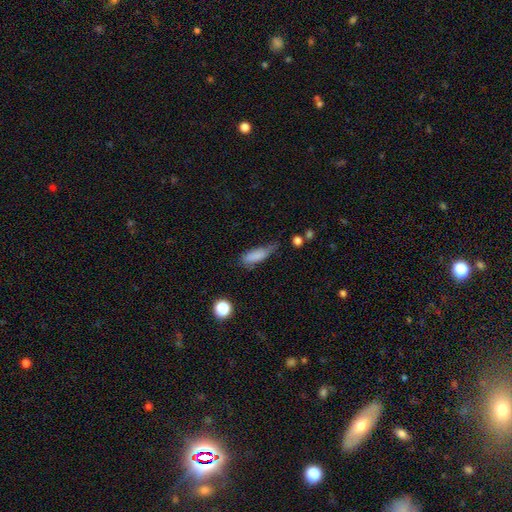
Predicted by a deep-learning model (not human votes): smooth_or_featured: smooth (p=0.81) [alt: featured or disk p=0.11]
how_rounded: in between (p=0.65) [alt: cigar-shaped p=0.32]
merging: minor disturbance (p=0.43) [alt: none p=0.35]